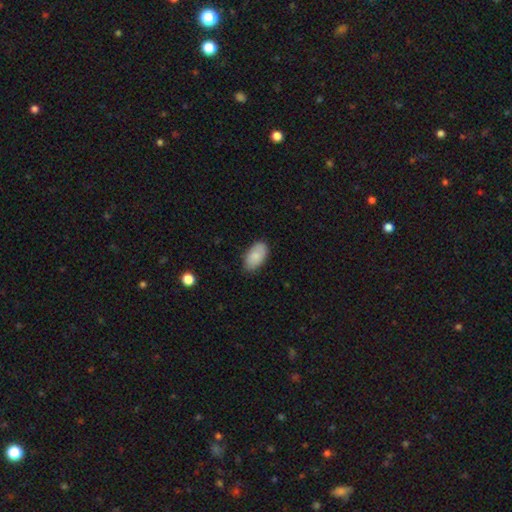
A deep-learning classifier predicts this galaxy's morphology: Smooth or featured?
  - smooth: 84% *
  - featured or disk: 10%
  - star or artifact: 6%
How rounded?
  - in between: 95% *
  - round: 4%
  - cigar-shaped: 2%
Merging?
  - none: 81% *
  - minor disturbance: 16%
  - major disturbance: 3%
  - merger: 1%